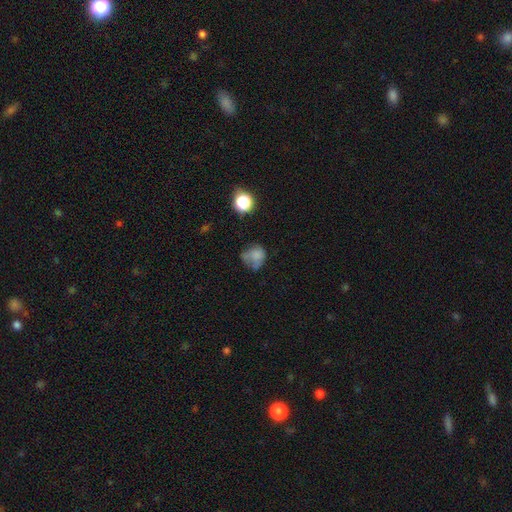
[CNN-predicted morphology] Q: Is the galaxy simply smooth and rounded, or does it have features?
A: smooth — 66%.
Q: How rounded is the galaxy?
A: round — 65%.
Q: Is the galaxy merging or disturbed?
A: none — 38%.